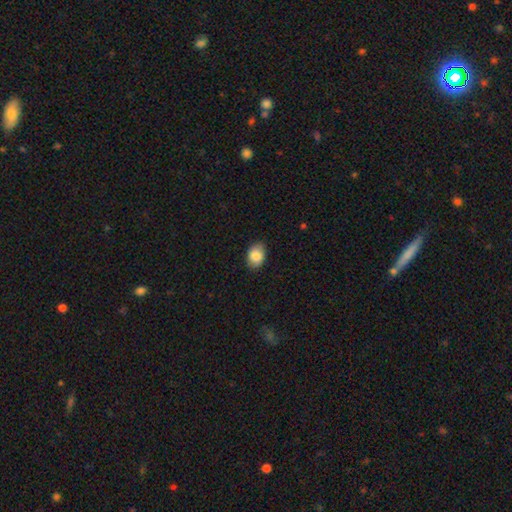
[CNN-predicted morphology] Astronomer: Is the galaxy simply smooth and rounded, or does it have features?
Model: smooth — 86%.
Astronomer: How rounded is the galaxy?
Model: in between — 77%.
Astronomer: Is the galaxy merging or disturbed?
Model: none — 84%.